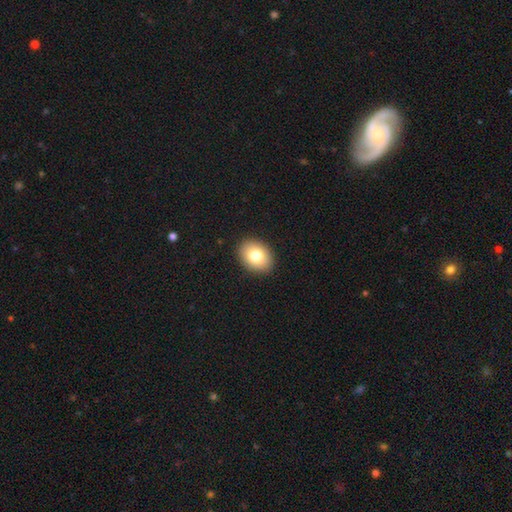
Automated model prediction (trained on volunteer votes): Morphology: type=smooth (79%); roundness=in between (63%); merging=none (91%).